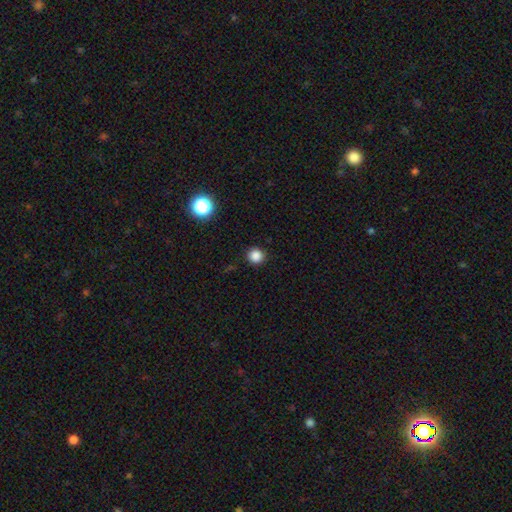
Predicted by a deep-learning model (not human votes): Smooth or featured? Predicted: smooth (p=0.84). How rounded? Predicted: round (p=0.94). Merging? Predicted: none (p=0.91).